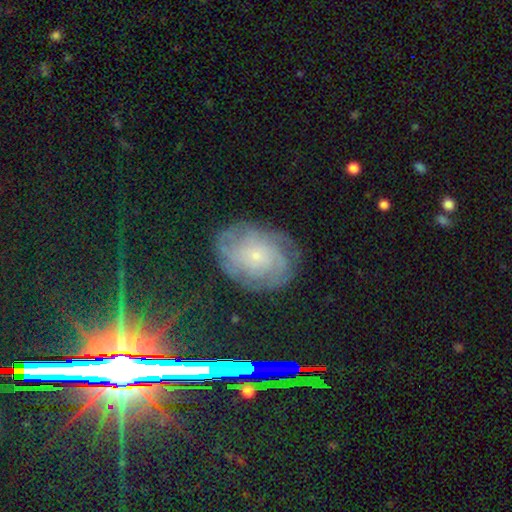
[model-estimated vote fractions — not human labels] Smooth or featured?
  - featured or disk: 67% *
  - smooth: 21%
  - star or artifact: 12%
Edge-on disk?
  - no: 96% *
  - yes: 4%
Bar?
  - no: 82% *
  - weak: 16%
  - strong: 3%
Spiral arms?
  - yes: 91% *
  - no: 9%
Spiral winding?
  - tight: 66% *
  - medium: 25%
  - loose: 9%
Spiral arm count?
  - can't tell: 48% *
  - 2: 15%
  - 3: 13%
  - 4: 12%
  - more than 4: 7%
  - 1: 6%
Bulge size?
  - small: 79% *
  - moderate: 14%
  - none: 4%
  - large: 2%
  - dominant: 1%
Merging?
  - none: 74% *
  - minor disturbance: 18%
  - major disturbance: 7%
  - merger: 1%